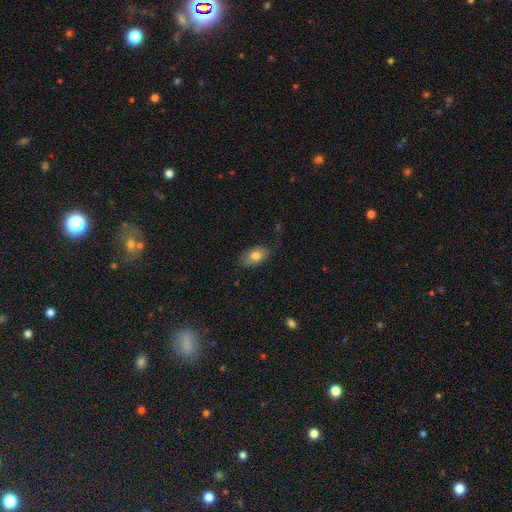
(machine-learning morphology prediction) Q: Smooth or featured?
A: smooth (79%); runner-up: featured or disk (13%)
Q: How rounded?
A: in between (89%); runner-up: round (8%)
Q: Merging?
A: none (72%); runner-up: minor disturbance (21%)